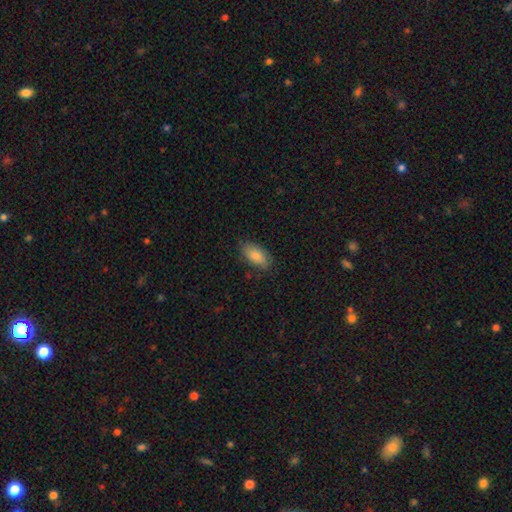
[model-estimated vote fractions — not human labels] Smooth or featured?
  - smooth: 84% *
  - featured or disk: 9%
  - star or artifact: 7%
How rounded?
  - in between: 90% *
  - cigar-shaped: 7%
  - round: 3%
Merging?
  - none: 84% *
  - minor disturbance: 13%
  - major disturbance: 2%
  - merger: 1%